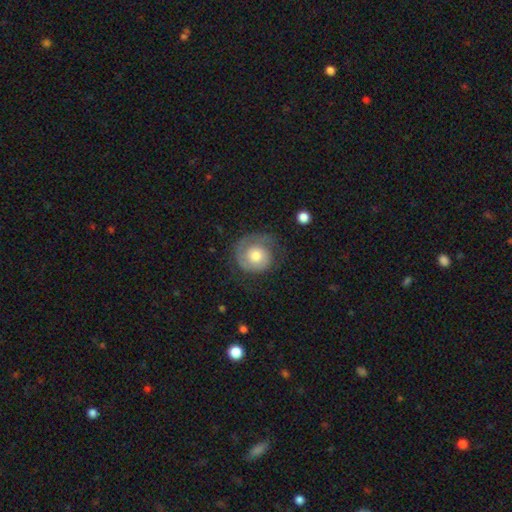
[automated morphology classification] A featured or disk galaxy (58%) with no bar (82%), spiral arms (85%) and a moderate central bulge (61%). Merging: none (61%).